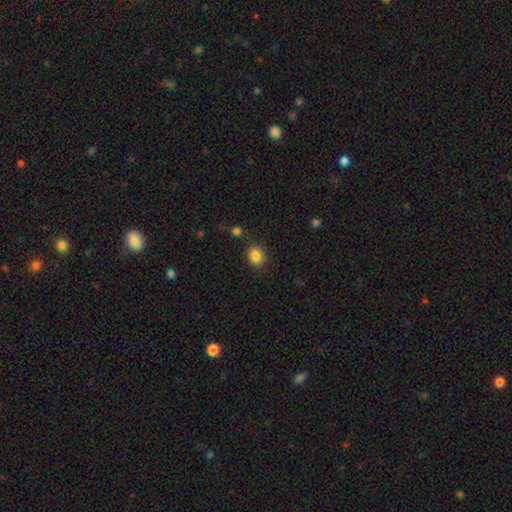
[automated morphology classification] smooth_or_featured: smooth (p=0.85) [alt: star or artifact p=0.10]
how_rounded: round (p=0.63) [alt: in between p=0.36]
merging: none (p=0.81) [alt: minor disturbance p=0.11]